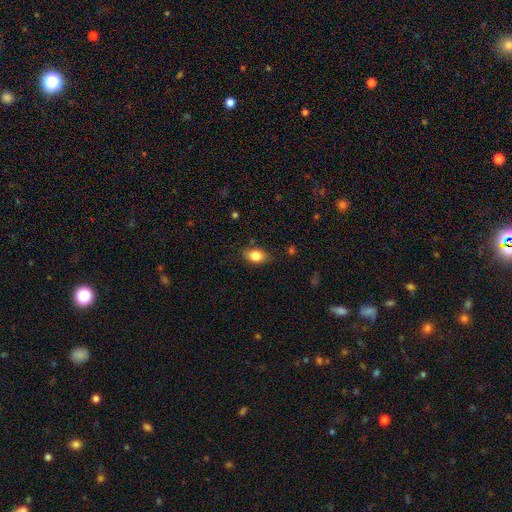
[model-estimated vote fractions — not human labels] Morphology: type=smooth (83%); roundness=in between (83%); merging=none (78%).